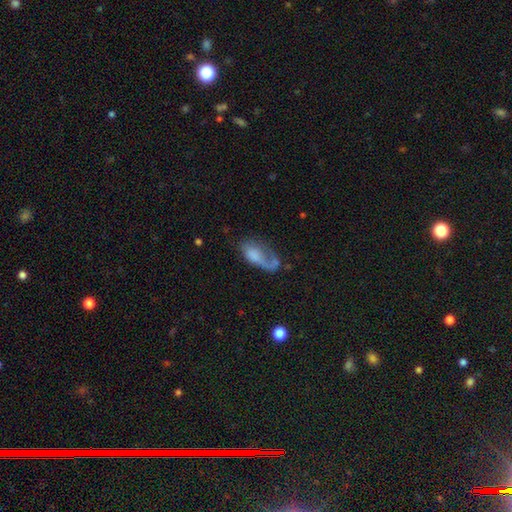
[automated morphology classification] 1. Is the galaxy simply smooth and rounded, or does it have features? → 52% smooth, 39% featured or disk, 9% star or artifact.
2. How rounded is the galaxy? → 87% in between, 8% cigar-shaped, 6% round.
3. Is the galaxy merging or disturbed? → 40% major disturbance, 30% none, 20% minor disturbance, 10% merger.